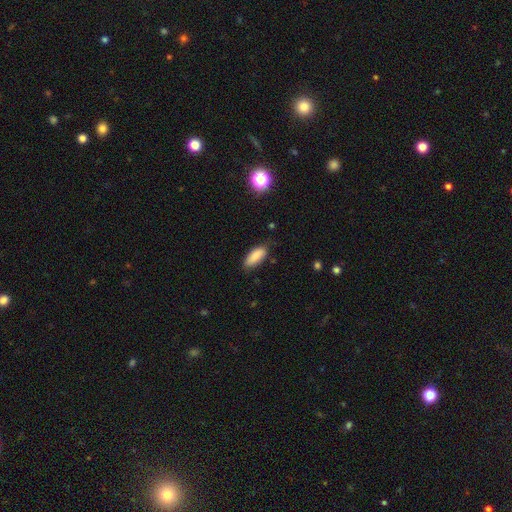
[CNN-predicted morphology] This appears to be a smooth galaxy with no disk features (86%) that is in between round and cigar-shaped (81%). Merging: none (77%).